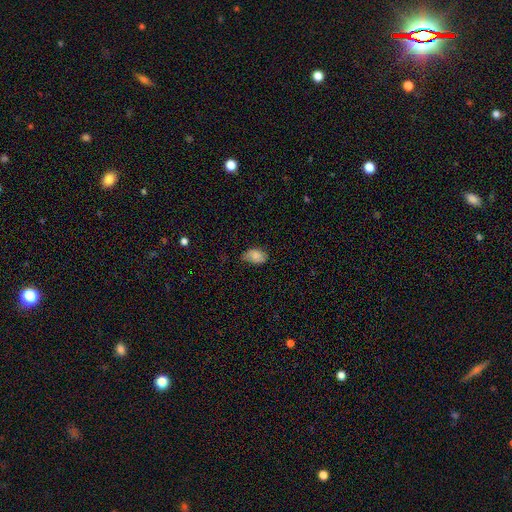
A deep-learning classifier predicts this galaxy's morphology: smooth 82%, featured or disk 10%, star or artifact 8%. Down the decision tree: how rounded — in between (89%); merging — none (60%).